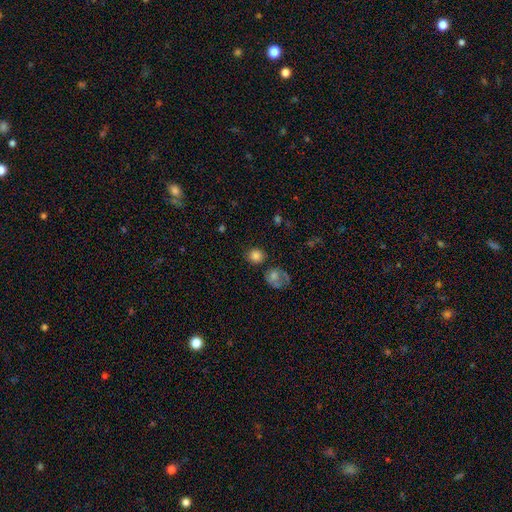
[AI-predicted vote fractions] This is clearly a smooth galaxy (84%). How rounded: clearly round (85%). Merging: likely none (77%).